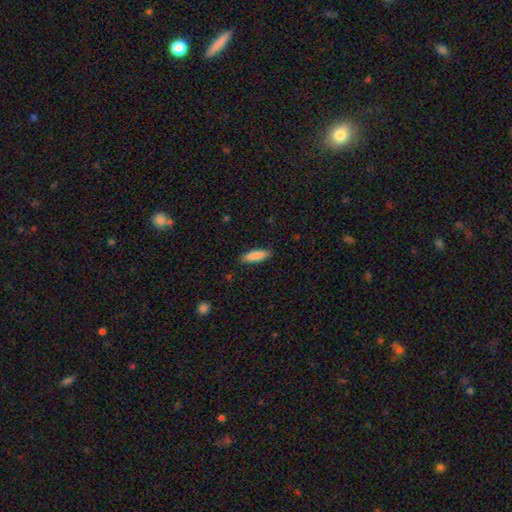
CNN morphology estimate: smooth-or-featured: smooth: 87% | featured or disk: 7% | star or artifact: 6%
  how-rounded: cigar-shaped: 57% | in between: 42% | round: 1%
  merging: none: 86% | minor disturbance: 11% | major disturbance: 2% | merger: 1%